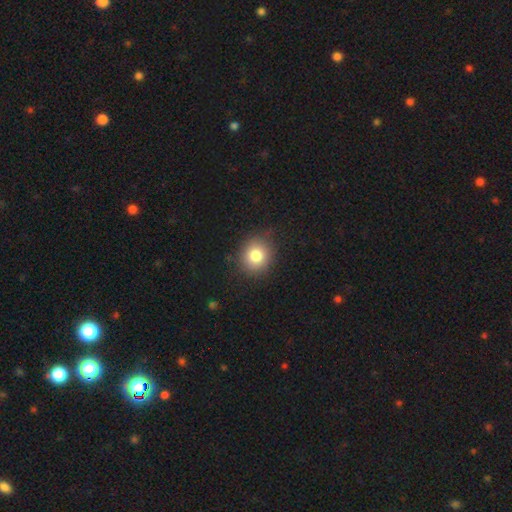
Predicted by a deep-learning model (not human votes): smooth 81%, star or artifact 11%, featured or disk 8%. Down the decision tree: how rounded — round (84%); merging — none (84%).